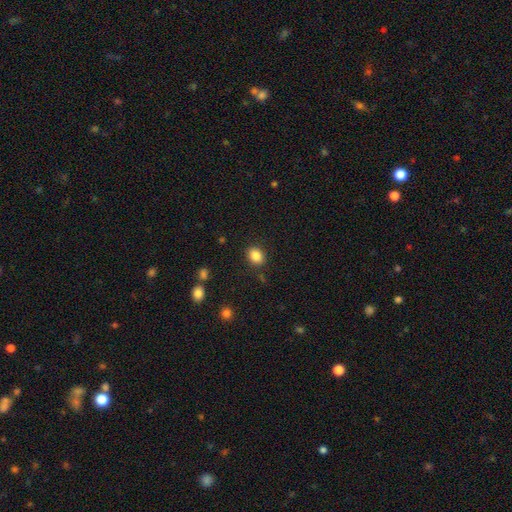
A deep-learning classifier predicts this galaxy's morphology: Overall: smooth (85%). How rounded: in between (52%; round 47%). Merging: none (86%).